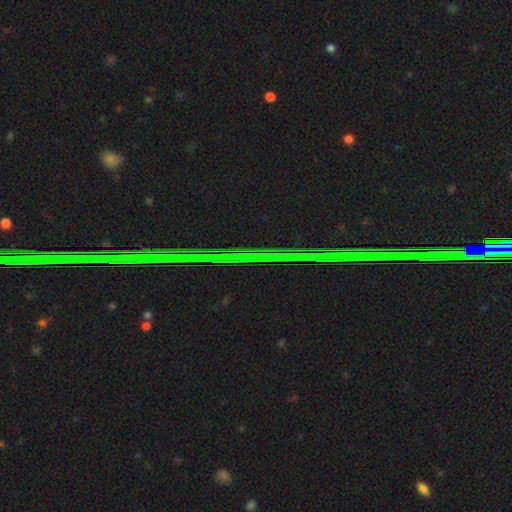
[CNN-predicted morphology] This appears to be a star or artifact, not a galaxy (89%).